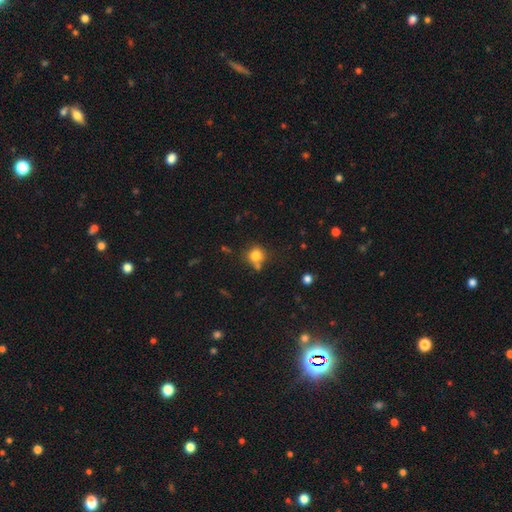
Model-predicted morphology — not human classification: This appears to be a smooth galaxy with no disk features (78%) that is round (84%). Merging: none (61%).